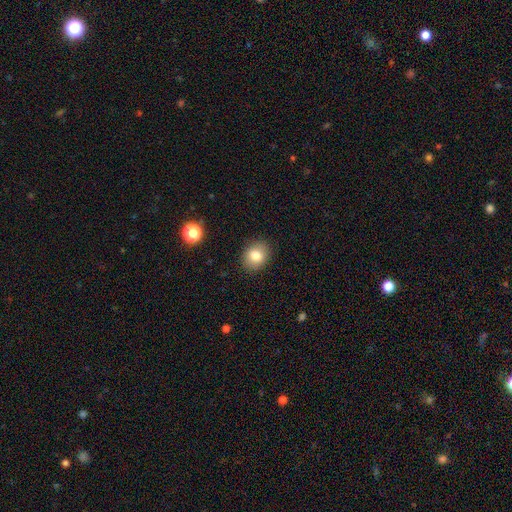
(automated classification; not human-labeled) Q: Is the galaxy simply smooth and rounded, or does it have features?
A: smooth — 80%.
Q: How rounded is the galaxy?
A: round — 56%.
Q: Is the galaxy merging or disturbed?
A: none — 89%.